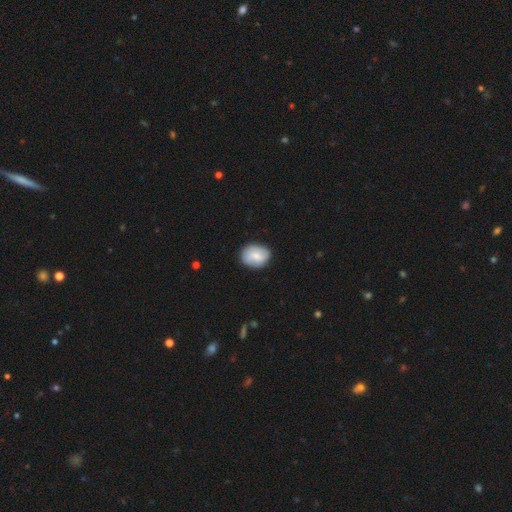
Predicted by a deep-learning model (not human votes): smooth 67%, featured or disk 26%, star or artifact 7%. Down the decision tree: how rounded — in between (56%); merging — none (80%).